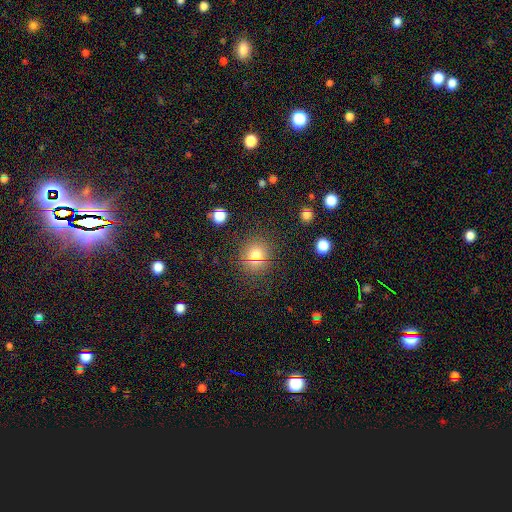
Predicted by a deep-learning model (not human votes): Smooth or featured? Predicted: smooth (p=0.68). How rounded? Predicted: round (p=0.88). Merging? Predicted: none (p=0.81).